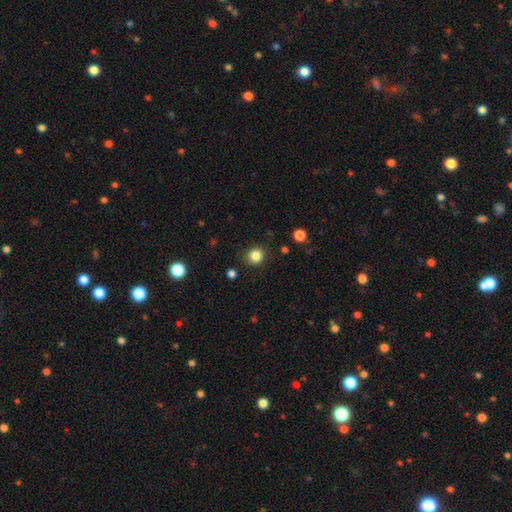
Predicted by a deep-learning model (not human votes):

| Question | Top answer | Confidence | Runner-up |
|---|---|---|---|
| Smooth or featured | smooth | 84% | star or artifact (12%) |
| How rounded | round | 84% | in between (15%) |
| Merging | none | 87% | minor disturbance (9%) |